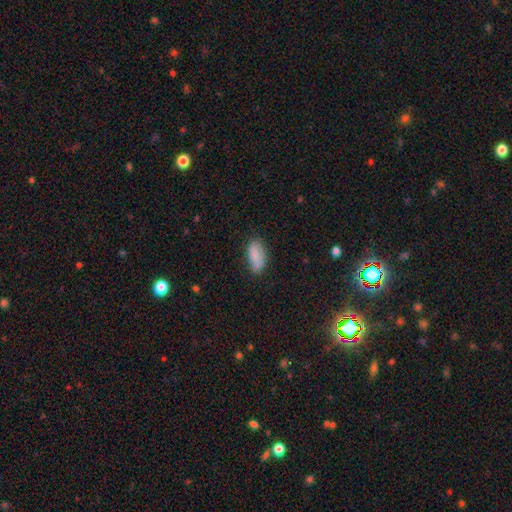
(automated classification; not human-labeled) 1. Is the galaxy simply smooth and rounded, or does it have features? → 84% smooth, 9% featured or disk, 7% star or artifact.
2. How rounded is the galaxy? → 87% in between, 10% cigar-shaped, 3% round.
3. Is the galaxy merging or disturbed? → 69% none, 24% minor disturbance, 5% major disturbance, 2% merger.